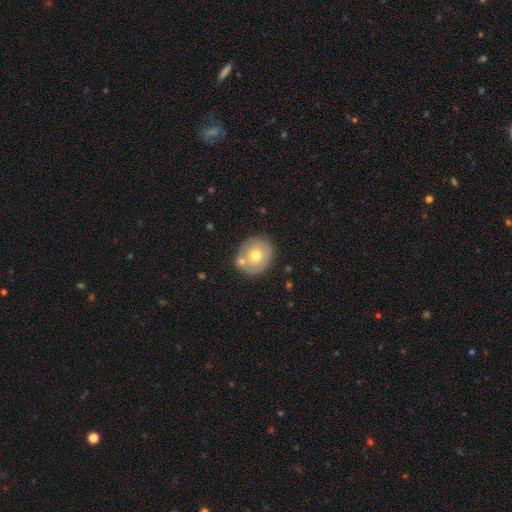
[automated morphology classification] smooth_or_featured: smooth (p=0.62) [alt: featured or disk p=0.31]
how_rounded: round (p=0.74) [alt: in between p=0.26]
merging: none (p=0.67) [alt: merger p=0.17]